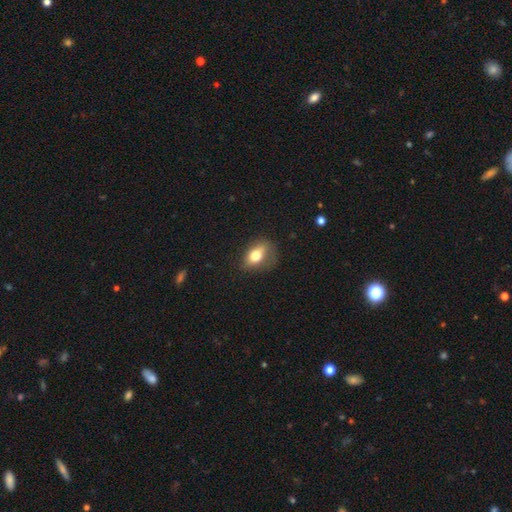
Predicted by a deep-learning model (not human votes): This appears to be a smooth galaxy with no disk features (70%) that is in between round and cigar-shaped (77%). Merging: none (59%).